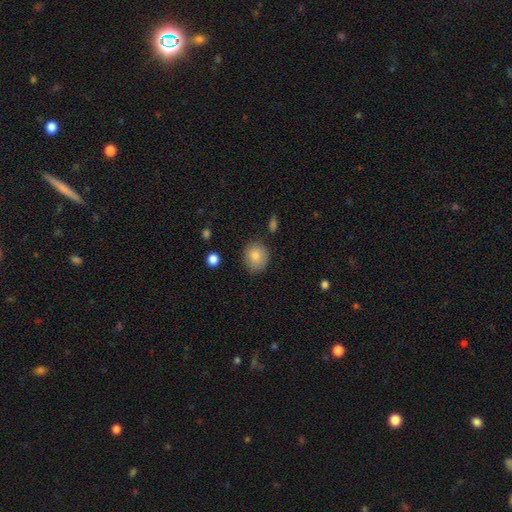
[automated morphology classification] Overall: smooth (82%). How rounded: round (74%). Merging: none (79%).